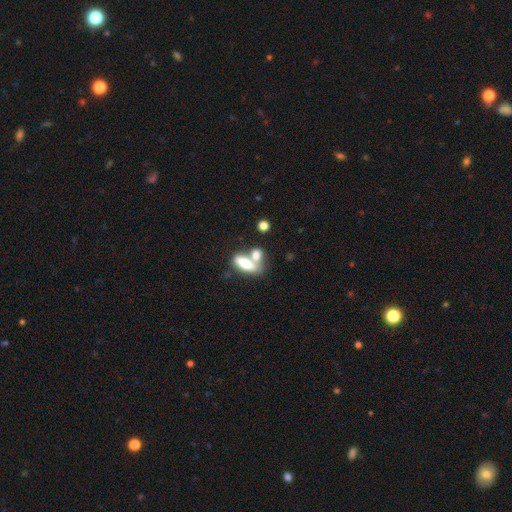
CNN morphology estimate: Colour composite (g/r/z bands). It shows a smooth galaxy with no disk features (71%) that is in between round and cigar-shaped (72%). Merging: merger (54%).